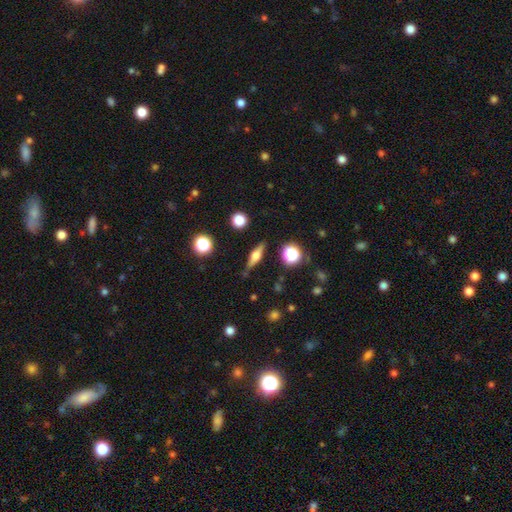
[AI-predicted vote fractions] Smooth or featured? featured or disk (56%)
Edge-on disk? yes (94%)
Edge-on bulge? rounded (89%)
Merging? none (83%)